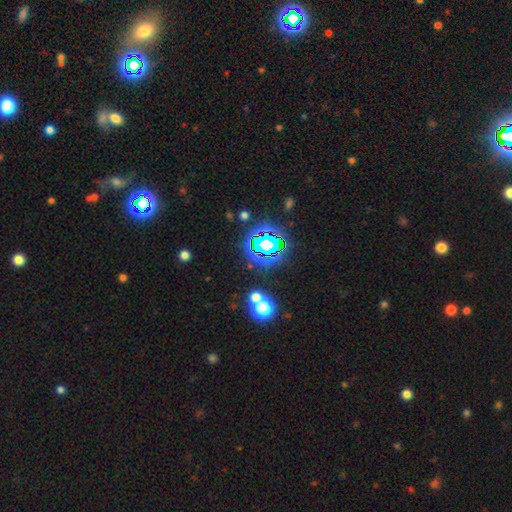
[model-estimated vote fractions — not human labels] Smooth or featured: star or artifact — 76% (smooth — 16%)